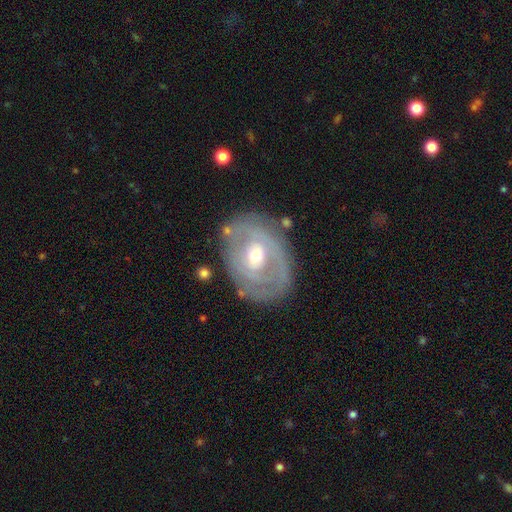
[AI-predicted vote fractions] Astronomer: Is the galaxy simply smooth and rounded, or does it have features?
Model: featured or disk — 72%.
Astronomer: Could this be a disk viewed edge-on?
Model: no — 95%.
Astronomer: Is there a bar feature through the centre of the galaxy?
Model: no — 56% (runner-up: weak, 33%).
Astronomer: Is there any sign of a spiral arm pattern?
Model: yes — 55% (runner-up: no, 45%).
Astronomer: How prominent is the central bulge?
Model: moderate — 57% (runner-up: small, 38%).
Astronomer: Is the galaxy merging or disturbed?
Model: none — 74%.